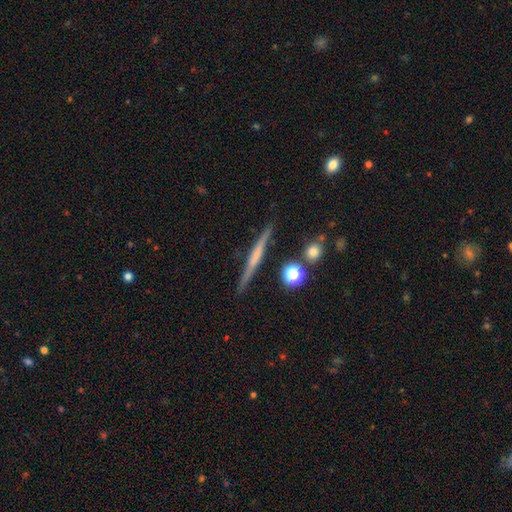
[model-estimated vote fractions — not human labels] Overall: featured or disk (58%; smooth 35%). Edge-on disk: yes (97%). Edge-on bulge: none (65%). Merging: none (87%).